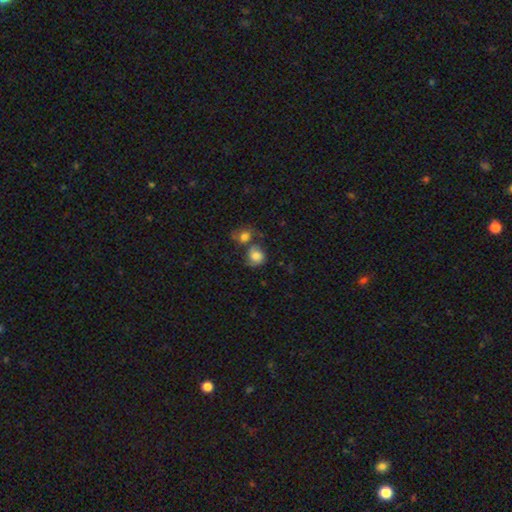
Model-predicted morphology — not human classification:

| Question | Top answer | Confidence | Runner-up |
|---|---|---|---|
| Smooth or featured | smooth | 66% | featured or disk (24%) |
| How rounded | round | 71% | in between (28%) |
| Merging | merger | 37% | none (36%) |